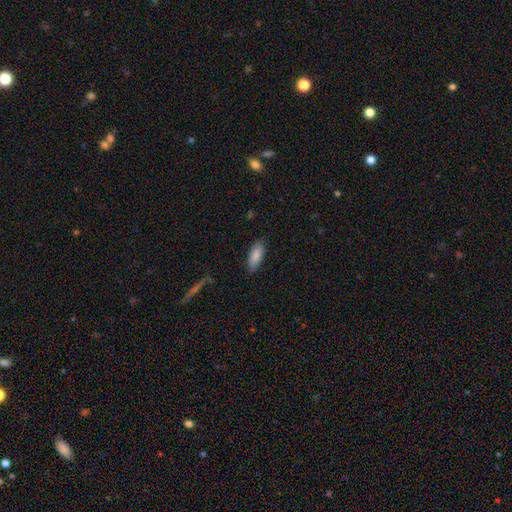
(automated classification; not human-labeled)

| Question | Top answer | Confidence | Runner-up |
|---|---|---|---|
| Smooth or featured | smooth | 87% | featured or disk (7%) |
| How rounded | in between | 73% | cigar-shaped (26%) |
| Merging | none | 86% | minor disturbance (11%) |